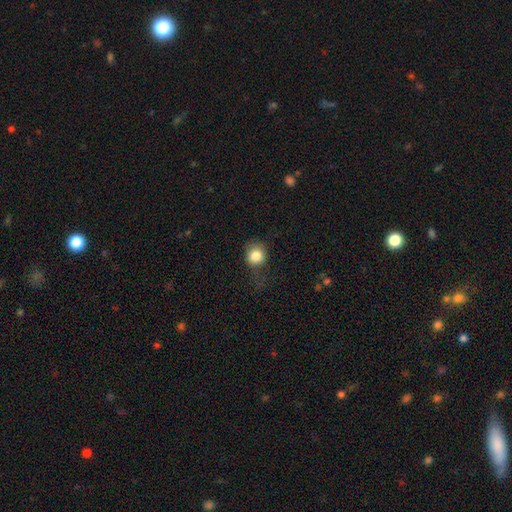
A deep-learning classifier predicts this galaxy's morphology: A smooth galaxy with no disk features (84%) that is round (84%).

Vote fractions:
- Smooth or featured? smooth: 84% / star or artifact: 10% / featured or disk: 7%
- How rounded? round: 84% / in between: 15% / cigar-shaped: 1%
- Merging? none: 60% / minor disturbance: 25% / major disturbance: 13% / merger: 2%